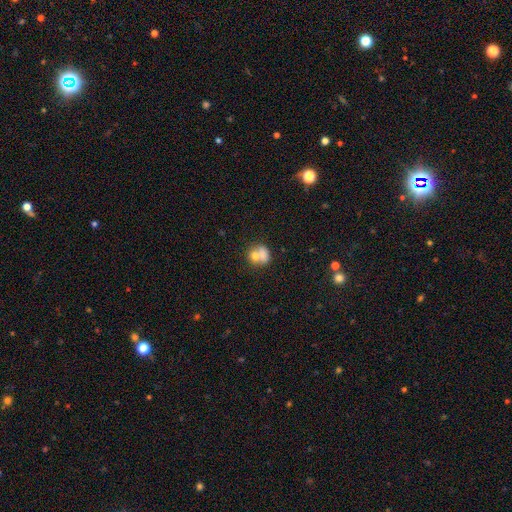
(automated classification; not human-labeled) This appears to be a smooth galaxy with no disk features (71%) that is round (63%). Merging: merger (57%).